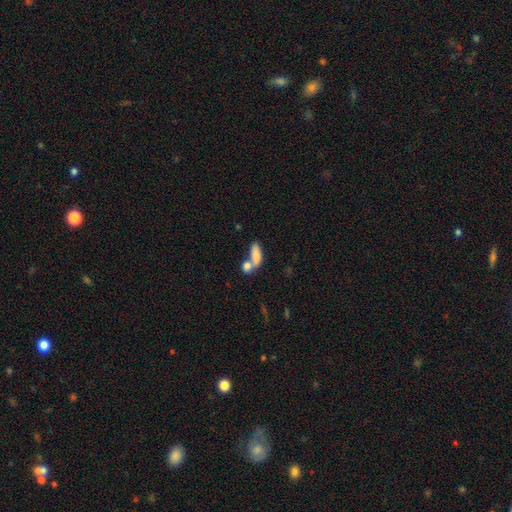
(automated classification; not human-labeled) Q: Smooth or featured?
A: smooth (80%); runner-up: featured or disk (12%)
Q: How rounded?
A: in between (73%); runner-up: cigar-shaped (22%)
Q: Merging?
A: merger (58%); runner-up: none (27%)